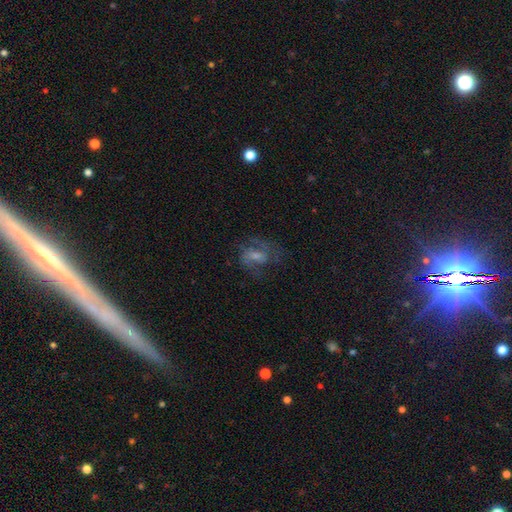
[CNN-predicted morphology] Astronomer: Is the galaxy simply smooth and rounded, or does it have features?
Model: featured or disk — 59%.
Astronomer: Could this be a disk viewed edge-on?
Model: no — 96%.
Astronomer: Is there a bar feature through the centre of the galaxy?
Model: weak — 44% (runner-up: no, 42%).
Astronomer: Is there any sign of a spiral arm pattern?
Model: yes — 71%.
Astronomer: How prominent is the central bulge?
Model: small — 38% (runner-up: moderate, 36%).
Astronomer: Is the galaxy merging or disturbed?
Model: none — 53%.